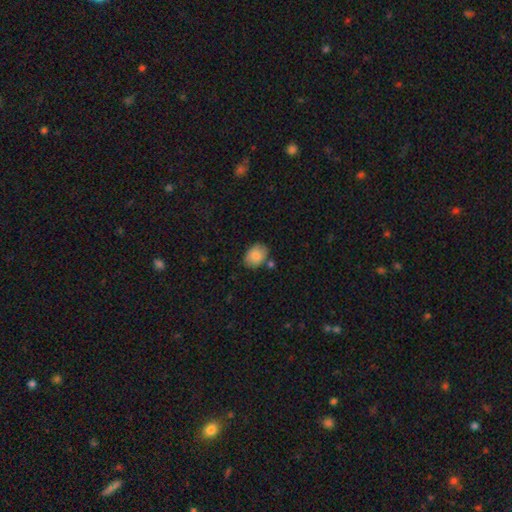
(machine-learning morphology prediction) Smooth or featured? Predicted: smooth (p=0.86). How rounded? Predicted: in between (p=0.70). Merging? Predicted: none (p=0.72).